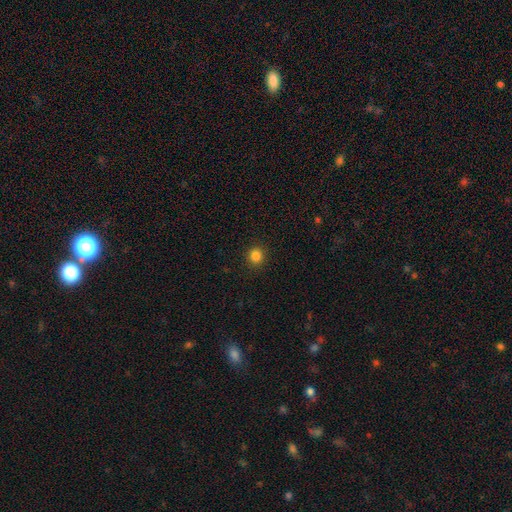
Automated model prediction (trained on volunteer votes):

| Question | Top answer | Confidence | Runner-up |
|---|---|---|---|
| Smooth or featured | smooth | 84% | star or artifact (12%) |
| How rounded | round | 91% | in between (8%) |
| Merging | none | 92% | minor disturbance (5%) |